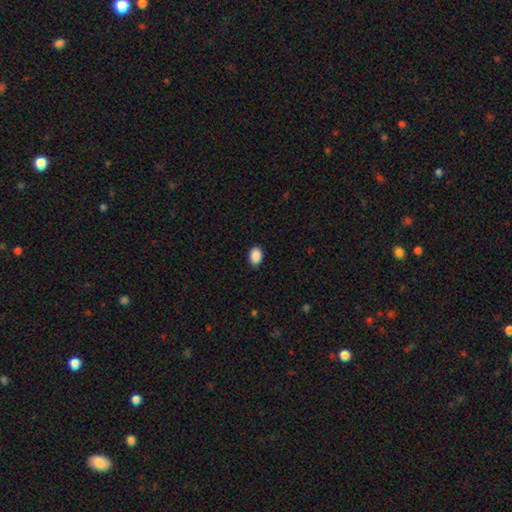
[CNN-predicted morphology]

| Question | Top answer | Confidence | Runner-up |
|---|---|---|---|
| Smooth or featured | smooth | 90% | star or artifact (7%) |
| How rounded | in between | 81% | round (18%) |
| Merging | none | 88% | minor disturbance (9%) |